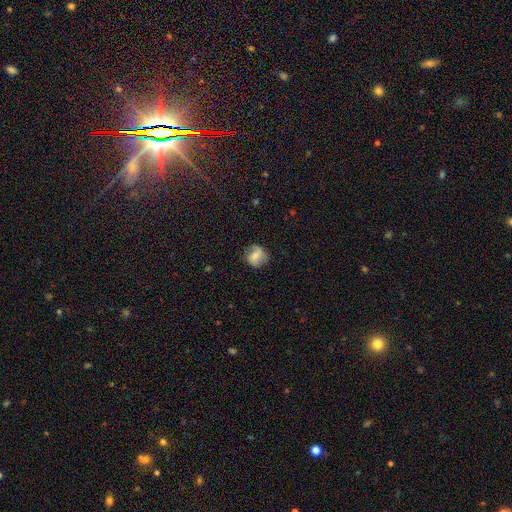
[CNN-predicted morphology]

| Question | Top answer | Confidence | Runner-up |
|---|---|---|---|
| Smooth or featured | smooth | 52% | featured or disk (39%) |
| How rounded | round | 79% | in between (20%) |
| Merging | none | 73% | minor disturbance (19%) |